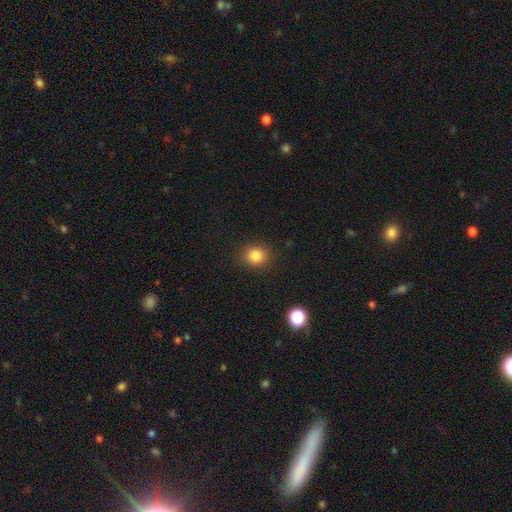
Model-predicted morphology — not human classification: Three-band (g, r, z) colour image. It shows a smooth galaxy with no disk features (84%) that is round (81%). Merging: none (87%).